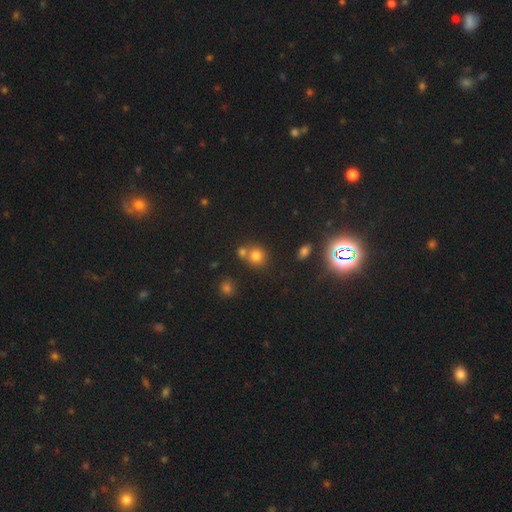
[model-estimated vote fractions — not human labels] smooth-or-featured: smooth: 75% | star or artifact: 17% | featured or disk: 9%
  how-rounded: round: 83% | in between: 16% | cigar-shaped: 1%
  merging: none: 56% | merger: 33% | minor disturbance: 8% | major disturbance: 3%